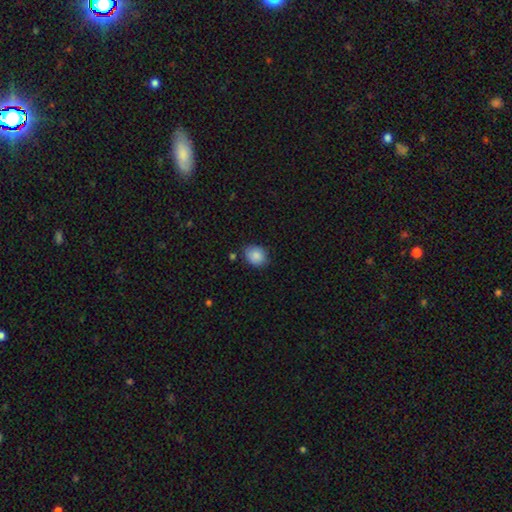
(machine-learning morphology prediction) Overall: smooth (87%). How rounded: round (52%; in between 47%). Merging: none (76%).